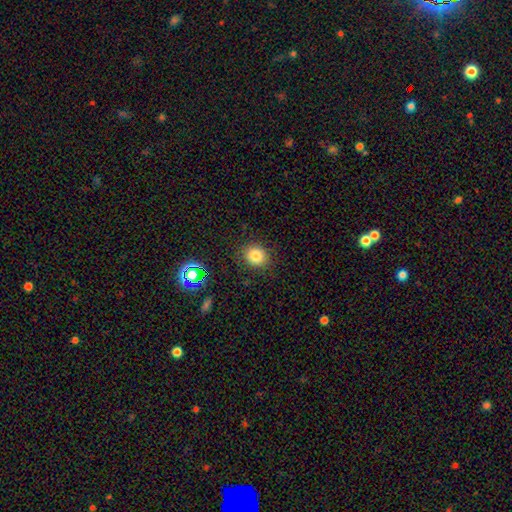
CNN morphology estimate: smooth 80%, star or artifact 13%, featured or disk 7%. Down the decision tree: how rounded — round (69%); merging — none (86%).